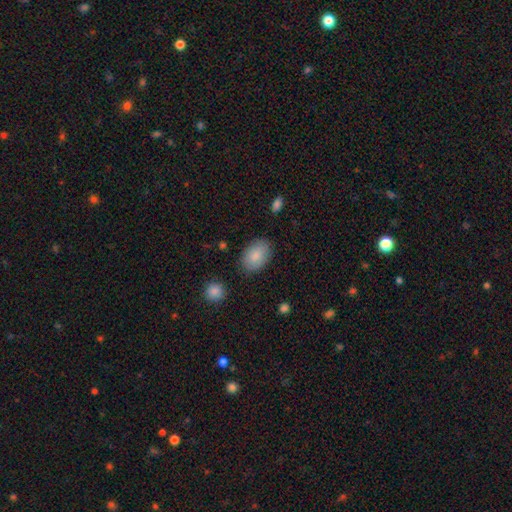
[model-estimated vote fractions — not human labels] A smooth galaxy with no disk features (86%) that is in between round and cigar-shaped (88%).

Vote fractions:
- Smooth or featured? smooth: 86% / featured or disk: 8% / star or artifact: 6%
- How rounded? in between: 88% / round: 11% / cigar-shaped: 1%
- Merging? none: 84% / minor disturbance: 11% / major disturbance: 3% / merger: 2%